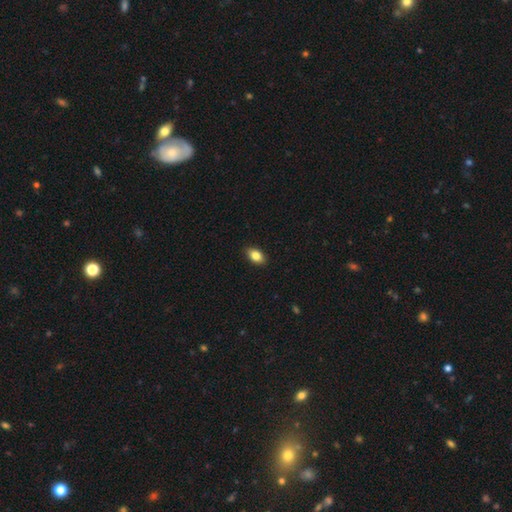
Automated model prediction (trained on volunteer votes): The model was most divided on "smooth or featured": smooth: 83%, featured or disk: 9%, star or artifact: 8%. More confident: merging — none (90%); how rounded — in between (88%).